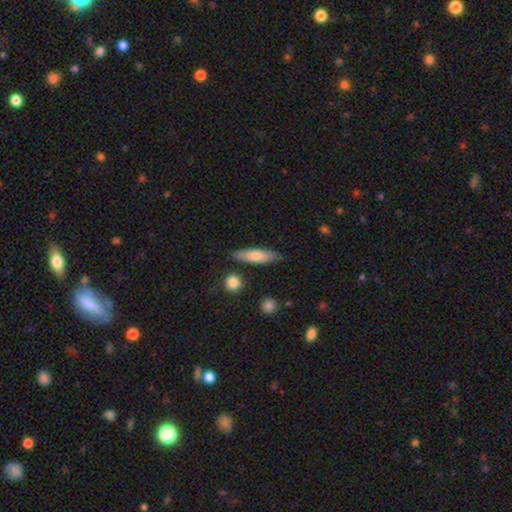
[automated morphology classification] Overall: smooth (70%). How rounded: cigar-shaped (67%; in between 31%). Merging: none (82%).